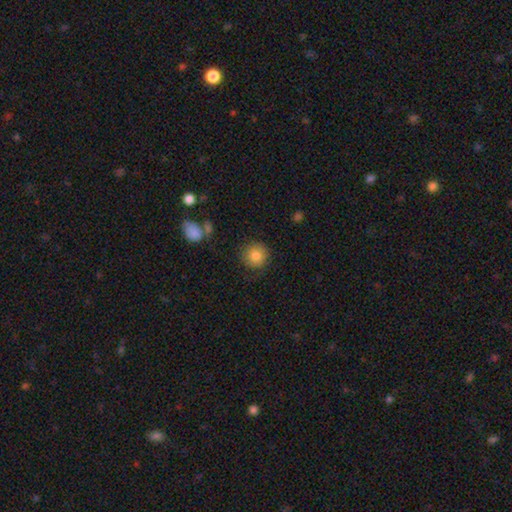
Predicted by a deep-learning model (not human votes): smooth_or_featured: smooth (p=0.82) [alt: star or artifact p=0.09]
how_rounded: round (p=0.92) [alt: in between p=0.07]
merging: none (p=0.83) [alt: minor disturbance p=0.11]